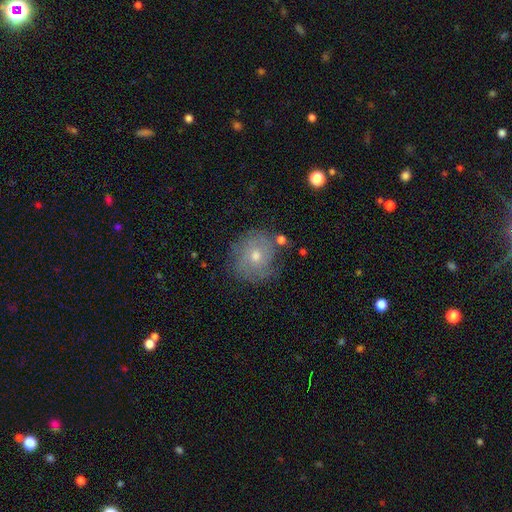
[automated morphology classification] Q: Smooth or featured?
A: featured or disk (52%); runner-up: smooth (36%)
Q: Edge-on disk?
A: no (96%); runner-up: yes (4%)
Q: Merging?
A: none (74%); runner-up: minor disturbance (17%)